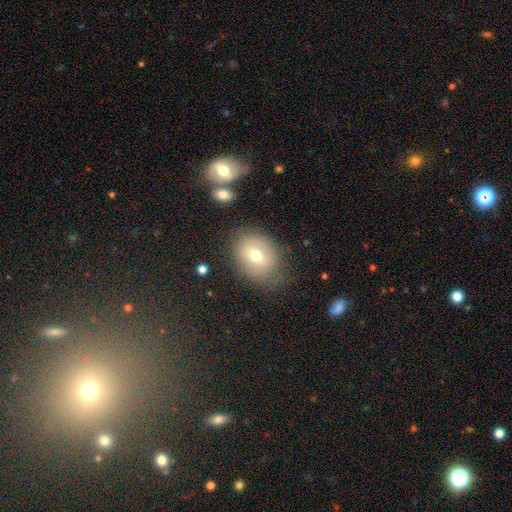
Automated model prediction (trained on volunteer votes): This is likely a smooth galaxy (66%). How rounded: possibly in between (57%). Merging: likely none (71%).